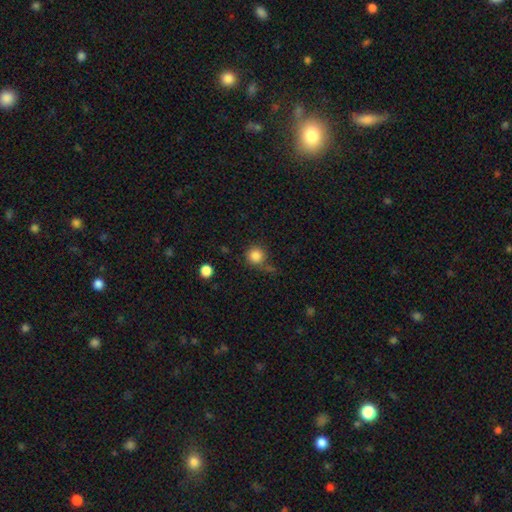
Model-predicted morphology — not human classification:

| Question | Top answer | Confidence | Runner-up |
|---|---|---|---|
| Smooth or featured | smooth | 85% | star or artifact (10%) |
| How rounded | round | 93% | in between (6%) |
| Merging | none | 68% | minor disturbance (17%) |